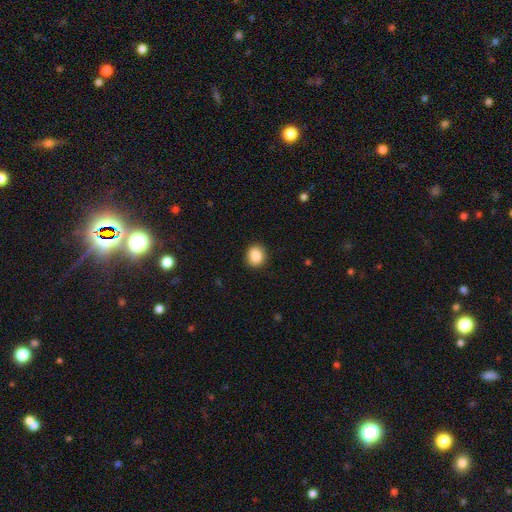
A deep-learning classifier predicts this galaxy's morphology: Overall: smooth (88%). How rounded: round (78%). Merging: none (88%).